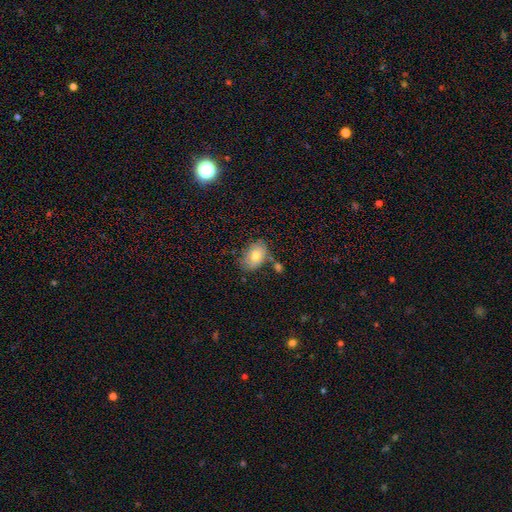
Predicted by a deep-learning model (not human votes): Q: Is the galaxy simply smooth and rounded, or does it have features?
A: smooth — 74%.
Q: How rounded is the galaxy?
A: in between — 86%.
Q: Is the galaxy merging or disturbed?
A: none — 64%.